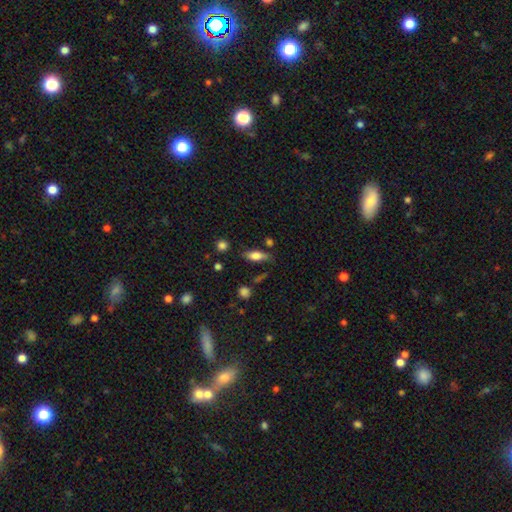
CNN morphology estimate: A smooth galaxy with no disk features (72%) that is in between round and cigar-shaped (71%). Merging: none (72%).